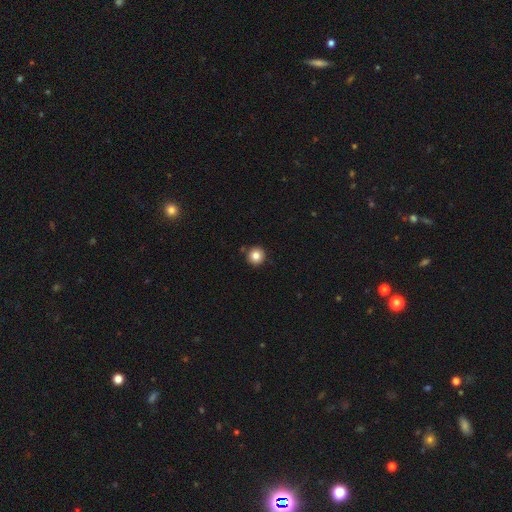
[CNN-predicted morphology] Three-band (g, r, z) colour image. It shows a smooth galaxy with no disk features (83%) that is round (96%). Merging: none (89%).